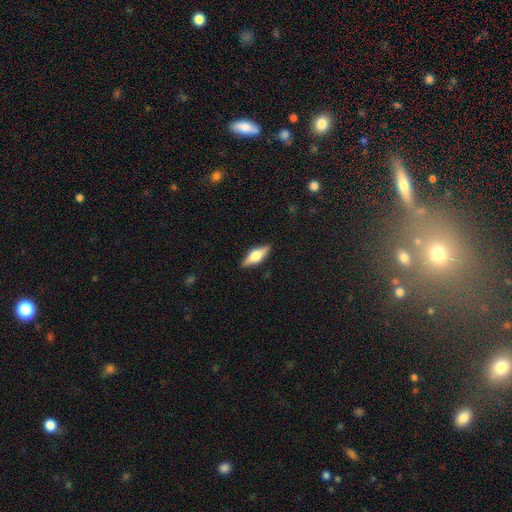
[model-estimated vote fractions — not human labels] smooth-or-featured: featured or disk: 53% | smooth: 40% | star or artifact: 6%
  disk-edge-on: yes: 94% | no: 6%
    edge-on-bulge: rounded: 91% | boxy: 8% | none: 2%
  merging: none: 89% | minor disturbance: 9% | major disturbance: 2% | merger: 1%